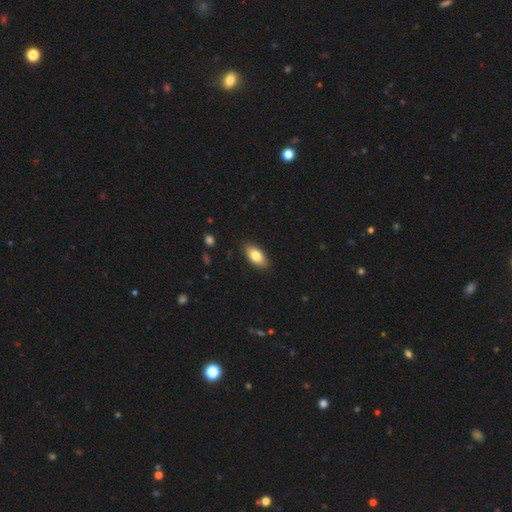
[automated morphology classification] The model was most divided on "smooth or featured": smooth: 82%, featured or disk: 11%, star or artifact: 7%. More confident: how rounded — in between (92%); merging — none (87%).